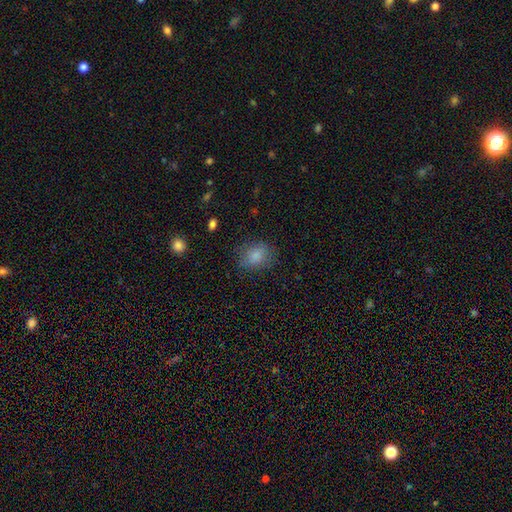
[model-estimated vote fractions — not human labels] This is clearly a smooth galaxy (84%). How rounded: likely in between (62%). Merging: likely none (78%).